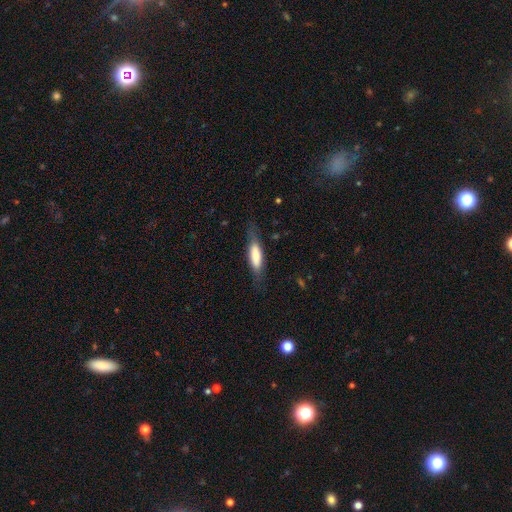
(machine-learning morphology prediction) smooth-or-featured: smooth: 69% | featured or disk: 25% | star or artifact: 6%
  how-rounded: cigar-shaped: 58% | in between: 41% | round: 2%
  merging: none: 75% | minor disturbance: 17% | major disturbance: 7% | merger: 1%